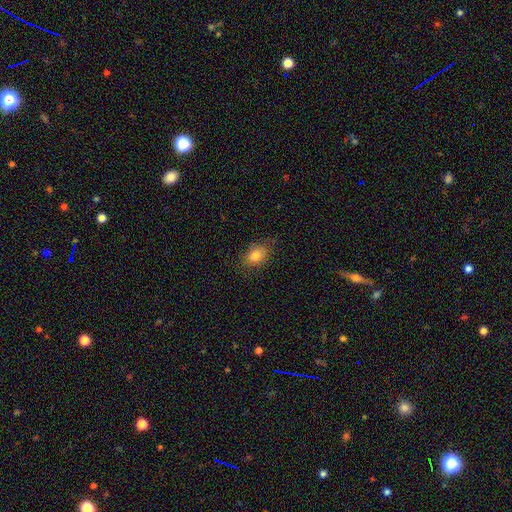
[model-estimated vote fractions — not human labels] A smooth galaxy with no disk features (81%) that is in between round and cigar-shaped (76%). Merging: none (80%).